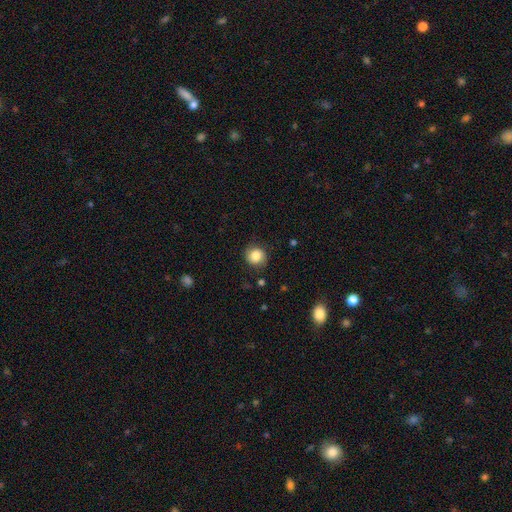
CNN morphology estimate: Q: Smooth or featured?
A: smooth (78%); runner-up: featured or disk (13%)
Q: How rounded?
A: round (87%); runner-up: in between (12%)
Q: Merging?
A: none (81%); runner-up: minor disturbance (14%)